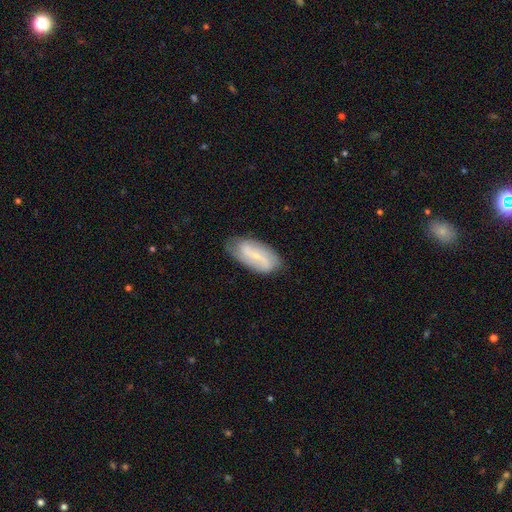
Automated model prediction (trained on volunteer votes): This appears to be a featured or disk galaxy (66%) with a weak bar (43%), 2 (79%) loose (47%) spiral arms (85%) and a small central bulge (75%). Merging: none (77%).